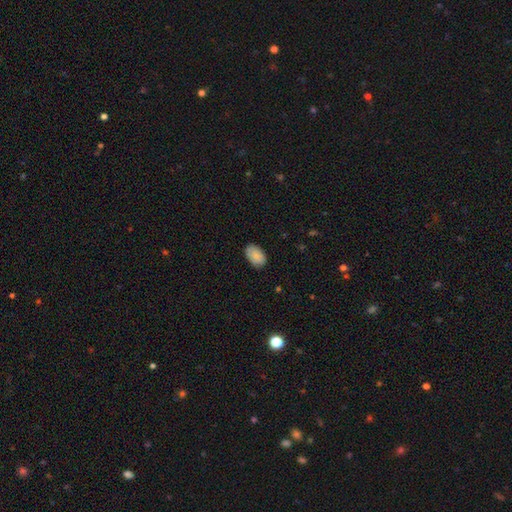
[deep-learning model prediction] Overall: smooth (88%). How rounded: in between (91%). Merging: none (80%).